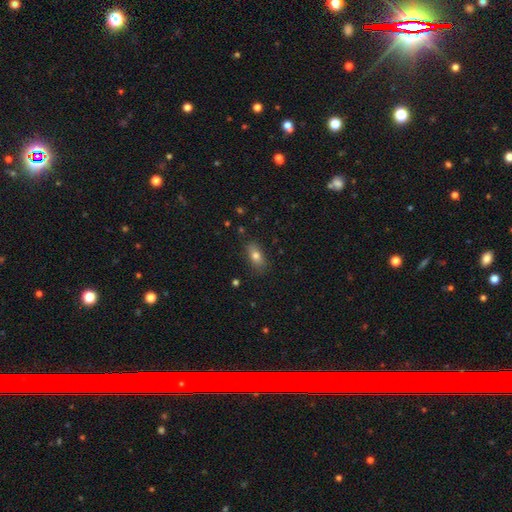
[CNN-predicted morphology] This appears to be a smooth galaxy with no disk features (77%) that is in between round and cigar-shaped (83%). Merging: none (82%).